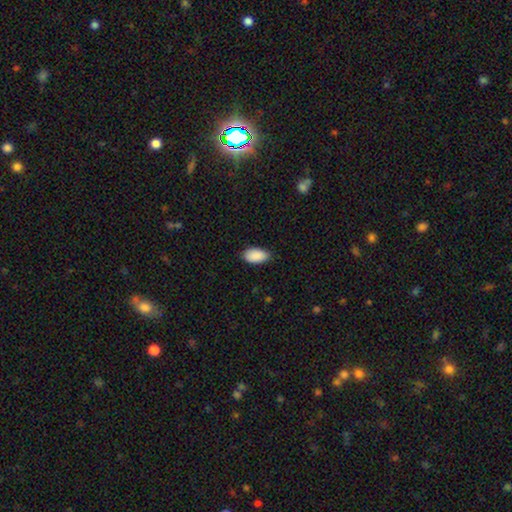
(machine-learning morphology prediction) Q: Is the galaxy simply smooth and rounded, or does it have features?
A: smooth — 91%.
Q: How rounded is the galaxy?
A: in between — 95%.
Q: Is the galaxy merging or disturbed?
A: none — 83%.